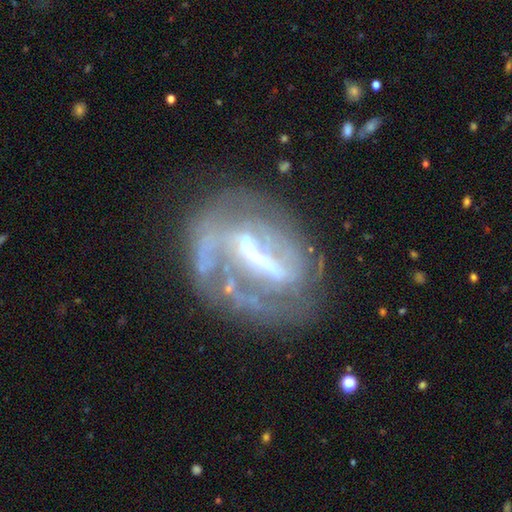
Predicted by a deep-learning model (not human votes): Smooth or featured? Predicted: featured or disk (p=0.82). Edge-on disk? Predicted: no (p=0.94). Bar? Predicted: strong (p=0.71). Spiral arms? Predicted: yes (p=0.76). Spiral winding? Predicted: tight (p=0.42). Spiral arm count? Predicted: 2 (p=0.43). Bulge size? Predicted: moderate (p=0.38). Merging? Predicted: none (p=0.57).